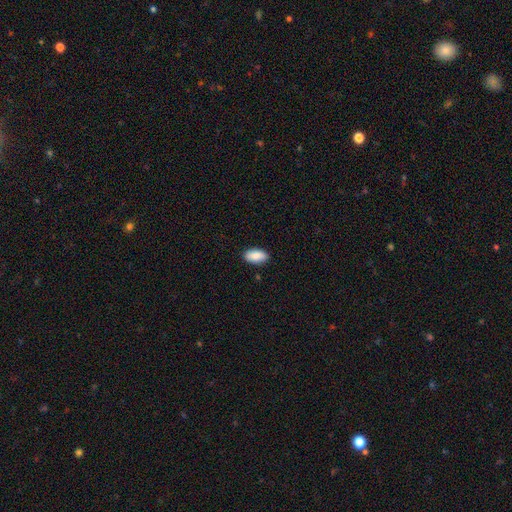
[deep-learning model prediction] Overall: smooth (88%). How rounded: in between (94%). Merging: none (88%).